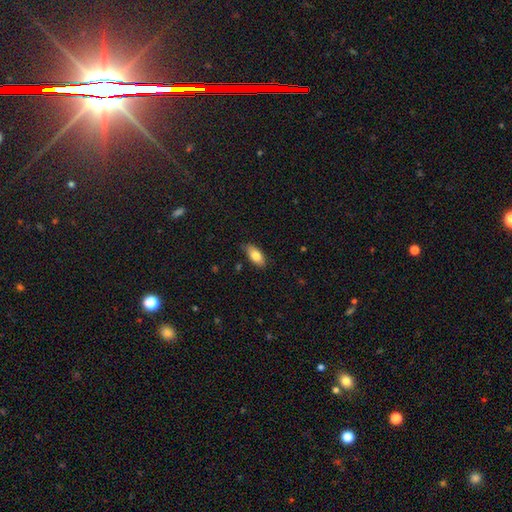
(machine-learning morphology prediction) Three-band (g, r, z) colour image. It shows a smooth galaxy with no disk features (78%) that is in between round and cigar-shaped (88%). Merging: none (82%).